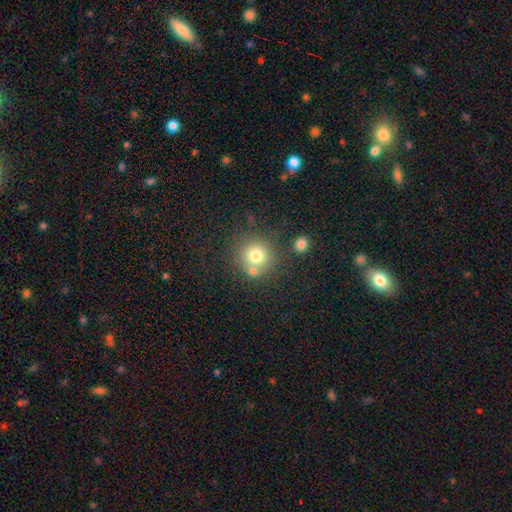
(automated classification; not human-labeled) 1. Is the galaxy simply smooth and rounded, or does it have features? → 75% smooth, 13% star or artifact, 12% featured or disk.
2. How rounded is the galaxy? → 92% round, 7% in between, 1% cigar-shaped.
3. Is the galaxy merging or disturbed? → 65% none, 20% merger, 10% minor disturbance, 4% major disturbance.